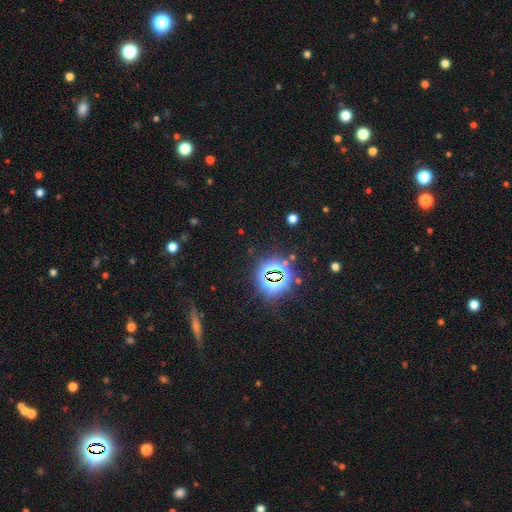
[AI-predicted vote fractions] Morphology: type=star or artifact (78%).